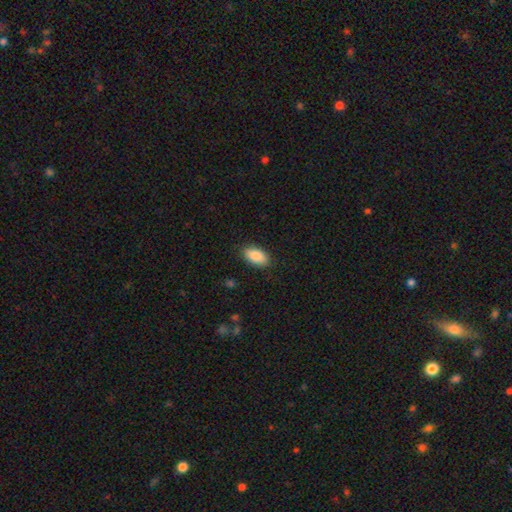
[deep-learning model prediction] smooth-or-featured: smooth: 87% | star or artifact: 7% | featured or disk: 6%
  how-rounded: in between: 93% | round: 4% | cigar-shaped: 2%
  merging: none: 86% | minor disturbance: 10% | major disturbance: 2% | merger: 1%